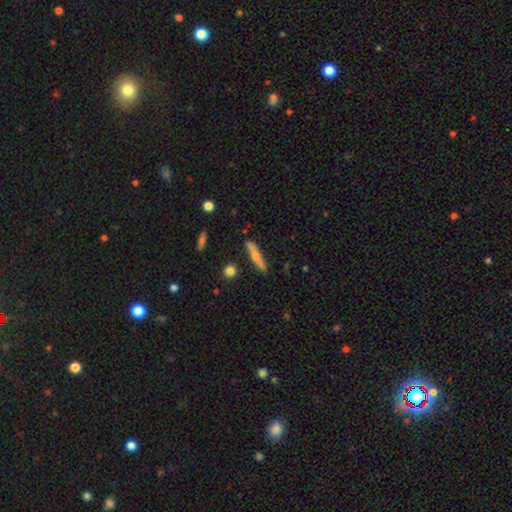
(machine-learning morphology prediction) smooth 63%, featured or disk 31%, star or artifact 6%. Down the decision tree: how rounded — cigar-shaped (89%); merging — none (81%).